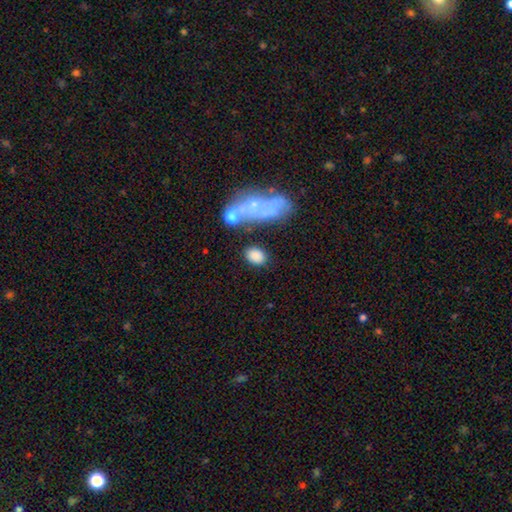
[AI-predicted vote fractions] smooth_or_featured: smooth (p=0.81) [alt: featured or disk p=0.10]
how_rounded: in between (p=0.76) [alt: round p=0.21]
merging: none (p=0.66) [alt: minor disturbance p=0.15]